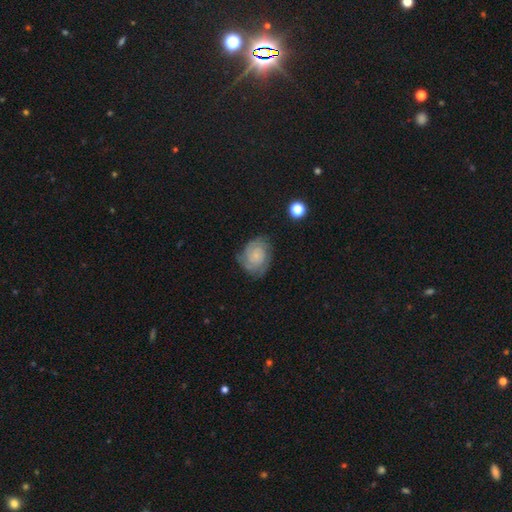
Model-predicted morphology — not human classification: This is likely a featured or disk galaxy (63%). It is clearly not viewed edge-on (98%). Bar: likely no (80%). Spiral arm pattern: clearly yes (90%). Spiral arm count: marginally can't tell (37%). Spiral winding: likely tight (63%). Central bulge: likely small (68%). Merging: likely none (65%).